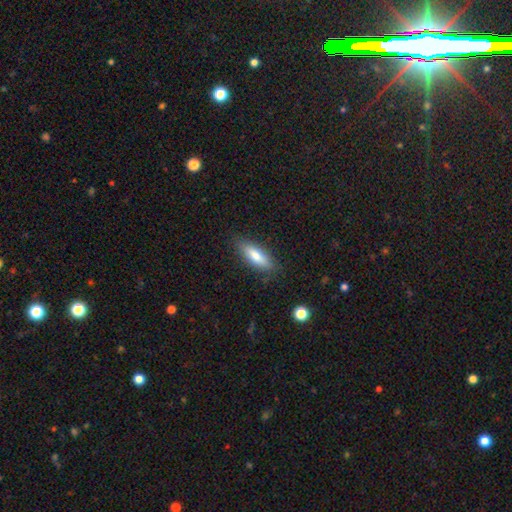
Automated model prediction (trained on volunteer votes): The model was most divided on "how rounded": in between: 52%, cigar-shaped: 47%, round: 2%. More confident: merging — none (84%); smooth or featured — smooth (76%).